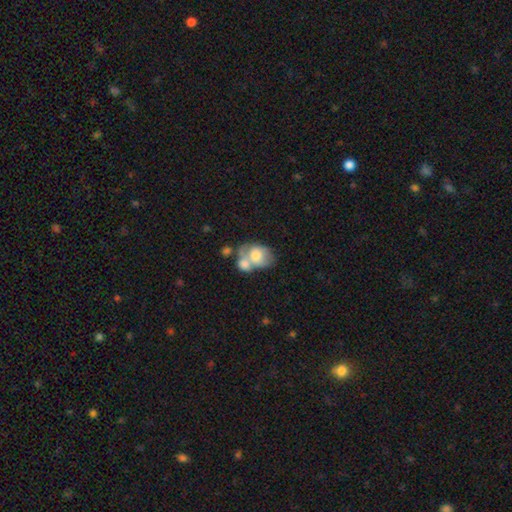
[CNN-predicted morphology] A smooth galaxy with no disk features (62%) that is in between round and cigar-shaped (66%).

Vote fractions:
- Smooth or featured? smooth: 62% / featured or disk: 32% / star or artifact: 7%
- How rounded? in between: 66% / round: 33% / cigar-shaped: 1%
- Merging? merger: 62% / none: 18% / minor disturbance: 12% / major disturbance: 8%